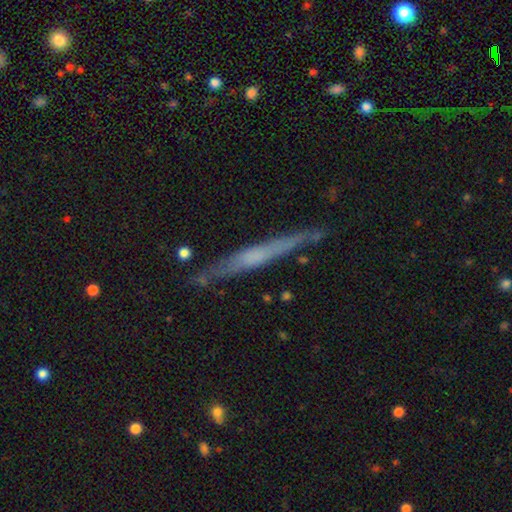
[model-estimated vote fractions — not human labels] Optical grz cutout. It shows a featured or disk galaxy (57%) viewed edge-on (95%) with no central bulge (56%). Merging: none (80%).